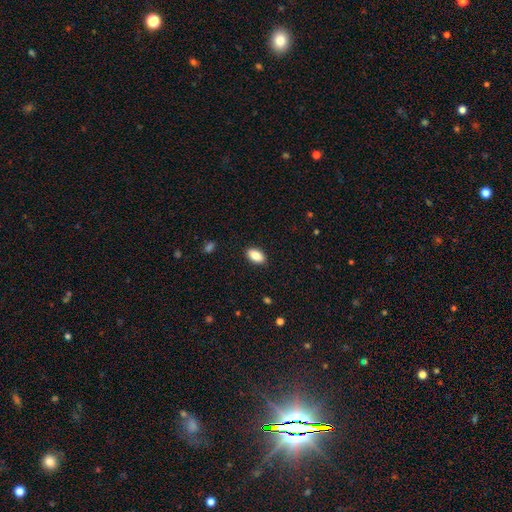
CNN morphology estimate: Smooth or featured? Predicted: smooth (p=0.87). How rounded? Predicted: in between (p=0.93). Merging? Predicted: none (p=0.89).